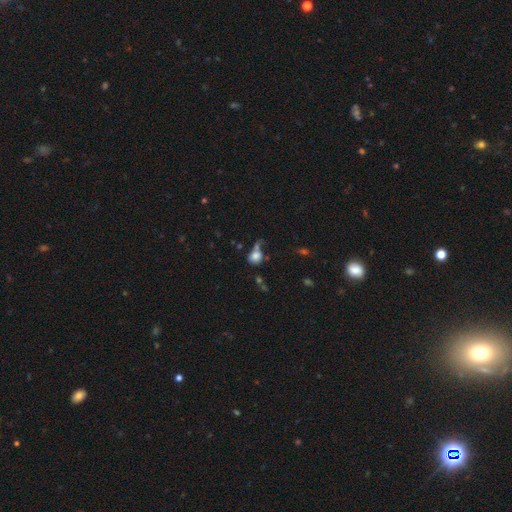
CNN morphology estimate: Smooth or featured? smooth (78%)
How rounded? round (70%)
Merging? none (43%)